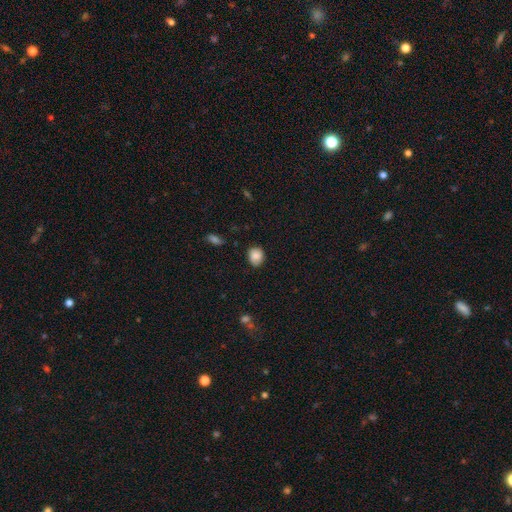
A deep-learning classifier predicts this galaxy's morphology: type=smooth (86%); roundness=round (66%); merging=none (82%).